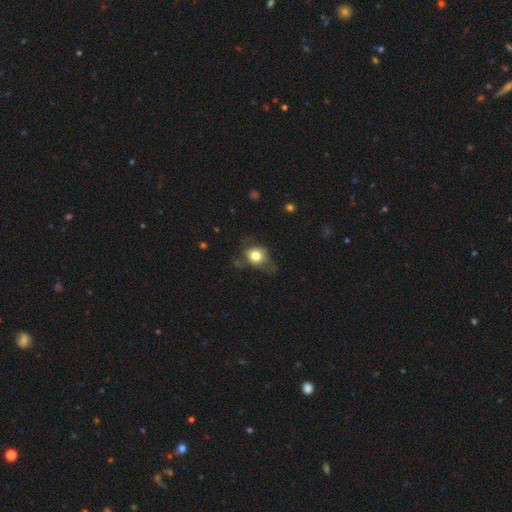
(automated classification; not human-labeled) A smooth galaxy with no disk features (75%) that is round (63%).

Vote fractions:
- Smooth or featured? smooth: 75% / featured or disk: 15% / star or artifact: 10%
- How rounded? round: 63% / in between: 36% / cigar-shaped: 1%
- Merging? none: 52% / minor disturbance: 29% / major disturbance: 17% / merger: 2%